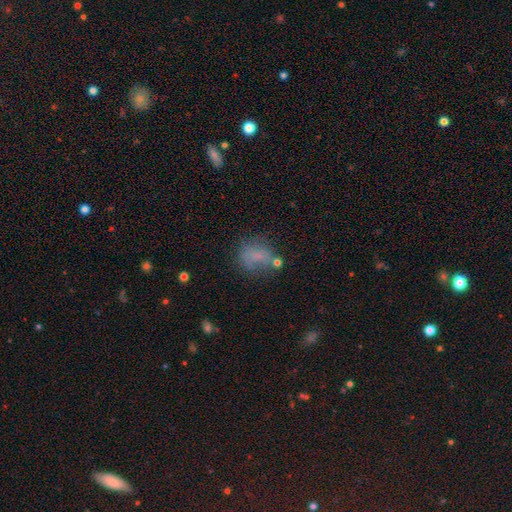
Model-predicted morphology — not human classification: Smooth or featured? Predicted: smooth (p=0.66). How rounded? Predicted: in between (p=0.51). Merging? Predicted: none (p=0.50).